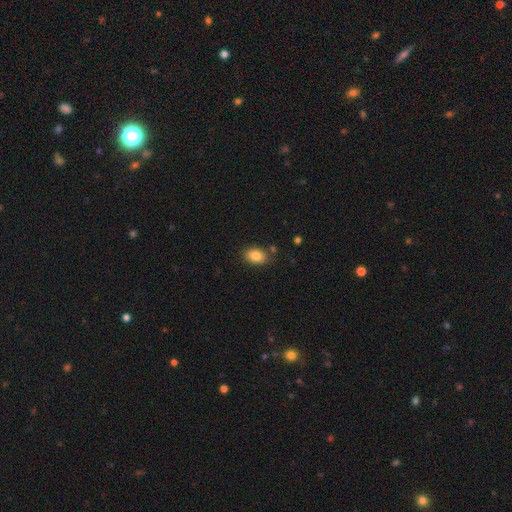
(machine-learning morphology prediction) The model was most divided on "merging": none: 82%, minor disturbance: 12%, merger: 4%, major disturbance: 3%. More confident: how rounded — in between (86%); smooth or featured — smooth (85%).